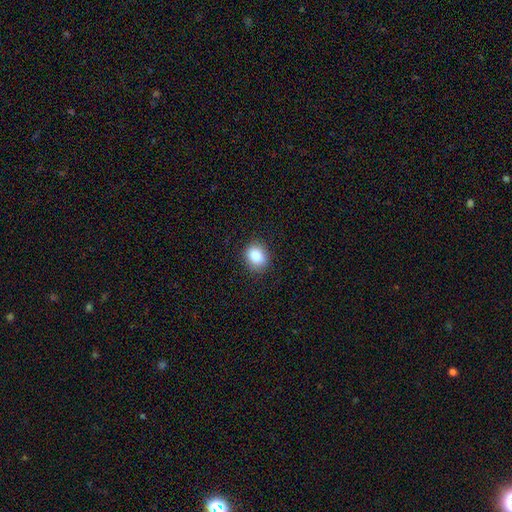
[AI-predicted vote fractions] Smooth or featured? Predicted: smooth (p=0.85). How rounded? Predicted: round (p=0.55). Merging? Predicted: none (p=0.87).